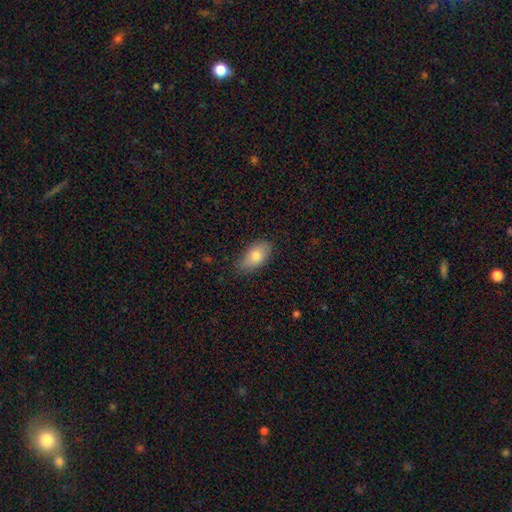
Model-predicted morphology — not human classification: A smooth galaxy with no disk features (81%) that is in between round and cigar-shaped (92%).

Vote fractions:
- Smooth or featured? smooth: 81% / featured or disk: 12% / star or artifact: 7%
- How rounded? in between: 92% / round: 4% / cigar-shaped: 4%
- Merging? none: 78% / minor disturbance: 18% / major disturbance: 3% / merger: 1%